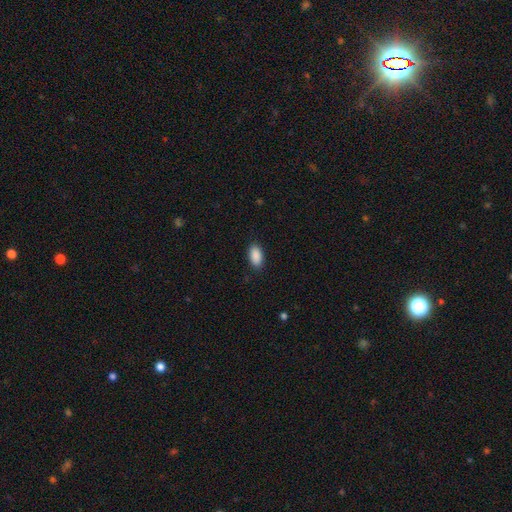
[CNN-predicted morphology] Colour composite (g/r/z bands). It shows a smooth galaxy with no disk features (91%) that is in between round and cigar-shaped (94%). Merging: none (88%).